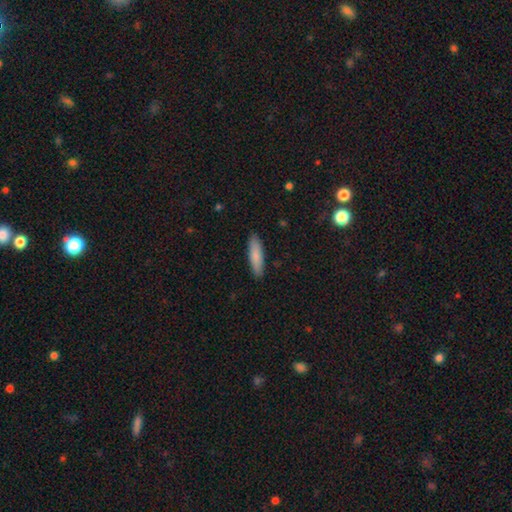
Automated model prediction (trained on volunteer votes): A smooth galaxy with no disk features (84%) that is cigar-shaped (72%). Merging: none (89%).